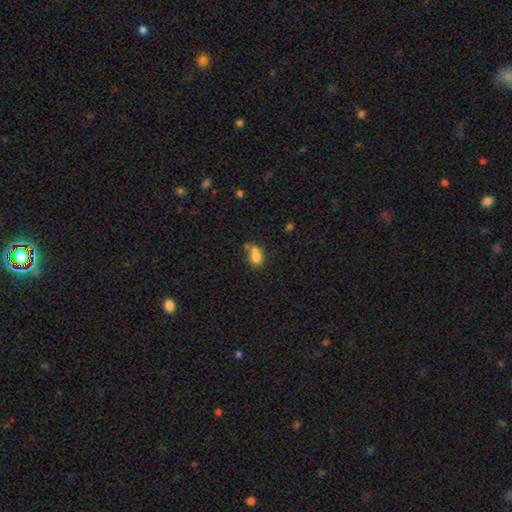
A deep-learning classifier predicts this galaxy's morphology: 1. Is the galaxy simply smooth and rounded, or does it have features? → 72% smooth, 17% featured or disk, 12% star or artifact.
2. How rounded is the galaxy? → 59% round, 40% in between, 1% cigar-shaped.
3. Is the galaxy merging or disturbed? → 59% merger, 27% none, 9% minor disturbance, 5% major disturbance.